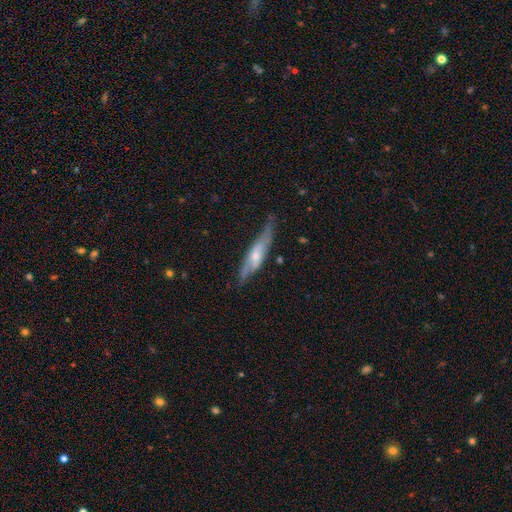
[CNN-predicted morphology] Smooth or featured? Predicted: featured or disk (p=0.62). Edge-on disk? Predicted: yes (p=0.62). Merging? Predicted: none (p=0.64).